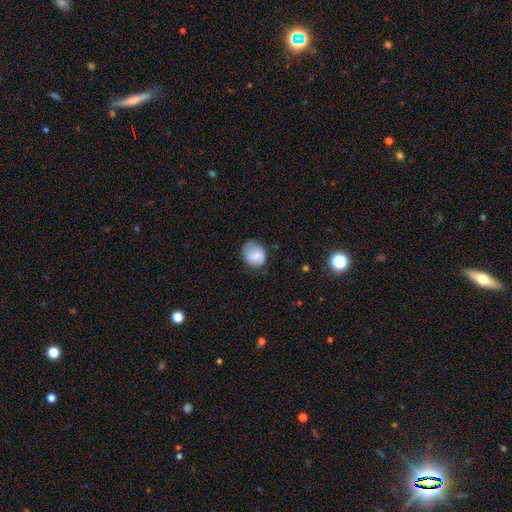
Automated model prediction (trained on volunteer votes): Q: Smooth or featured?
A: smooth (70%); runner-up: featured or disk (22%)
Q: How rounded?
A: round (69%); runner-up: in between (30%)
Q: Merging?
A: none (63%); runner-up: minor disturbance (27%)